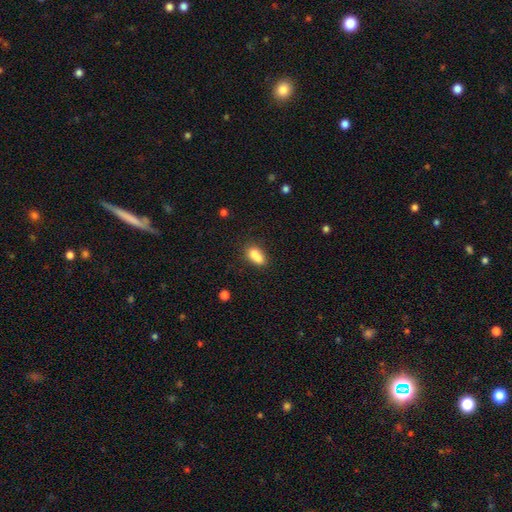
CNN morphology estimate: Smooth or featured: smooth — 73% (featured or disk — 17%)
How rounded: in between — 69% (round — 25%)
Merging: merger — 53% (none — 31%)